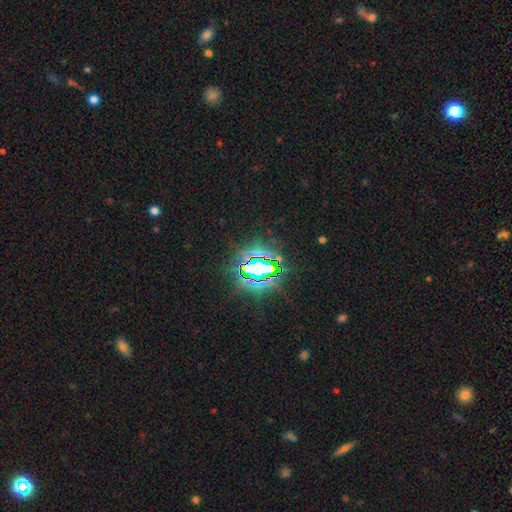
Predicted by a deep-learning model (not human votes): This is clearly a star or artifact rather than a galaxy (84%).